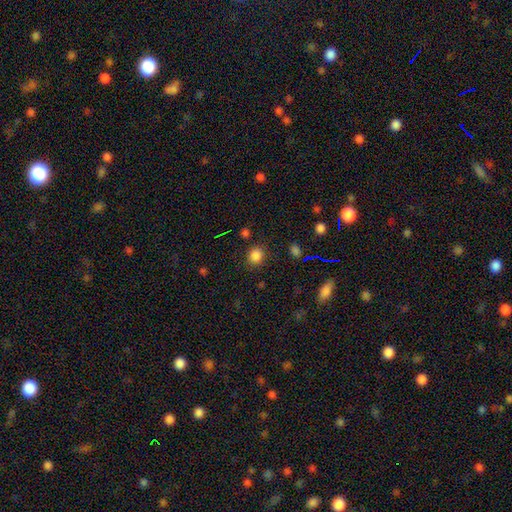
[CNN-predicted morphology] Overall: smooth (83%). How rounded: round (79%). Merging: none (84%).